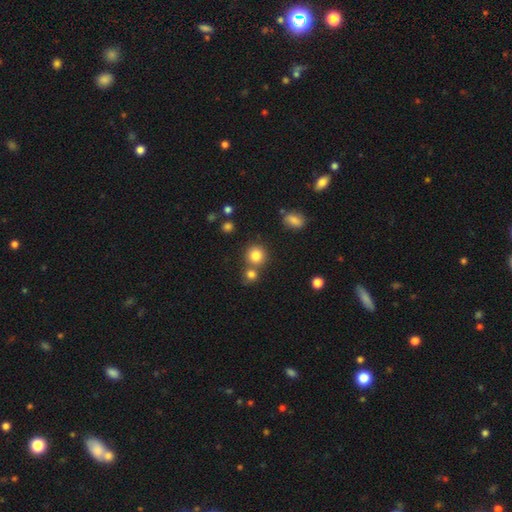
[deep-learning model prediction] Overall: smooth (81%). How rounded: round (89%). Merging: none (66%).